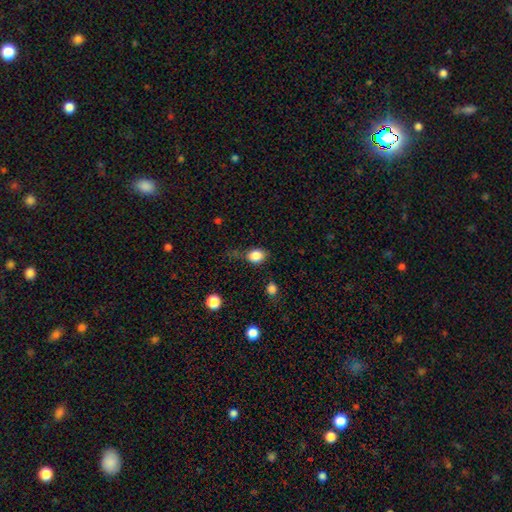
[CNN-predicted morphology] smooth_or_featured: smooth (p=0.84) [alt: star or artifact p=0.10]
how_rounded: round (p=0.53) [alt: in between p=0.46]
merging: none (p=0.61) [alt: minor disturbance p=0.25]